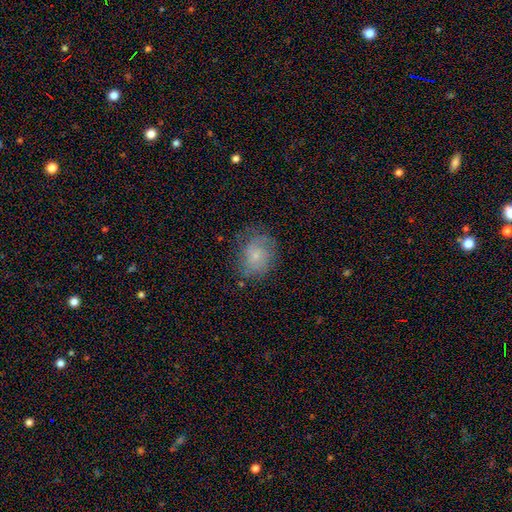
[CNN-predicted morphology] smooth 61%, featured or disk 30%, star or artifact 9%. Down the decision tree: how rounded — in between (51%); merging — none (63%).